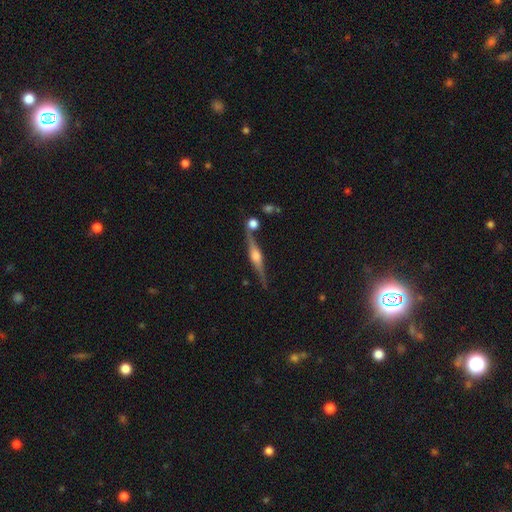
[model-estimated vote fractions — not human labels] Smooth or featured?
  - featured or disk: 83% *
  - smooth: 10%
  - star or artifact: 6%
Edge-on disk?
  - yes: 98% *
  - no: 2%
Edge-on bulge?
  - rounded: 86% *
  - boxy: 11%
  - none: 3%
Merging?
  - none: 79% *
  - minor disturbance: 10%
  - merger: 8%
  - major disturbance: 3%